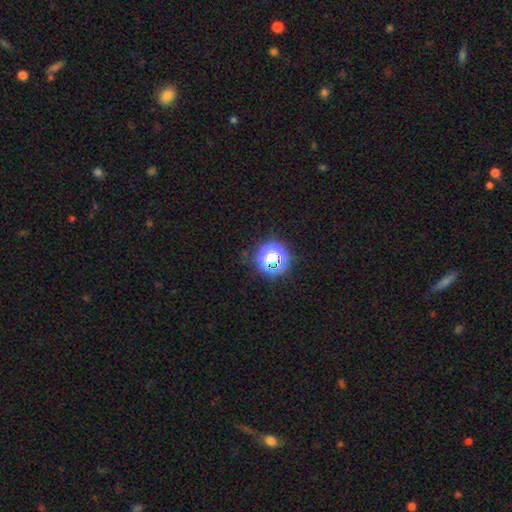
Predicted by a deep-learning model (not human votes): Overall: star or artifact (71%).